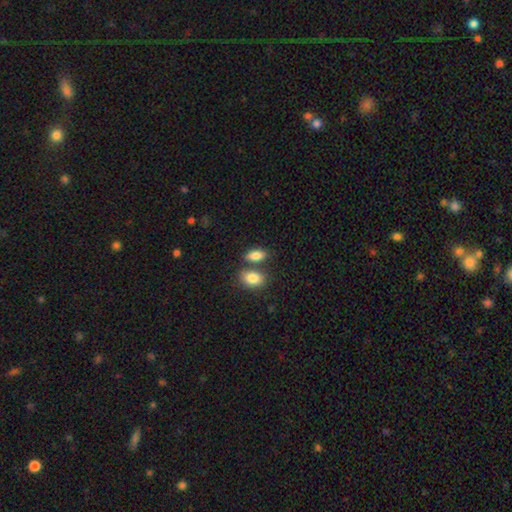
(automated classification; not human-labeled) A smooth galaxy with no disk features (84%) that is in between round and cigar-shaped (88%). Merging: none (59%).